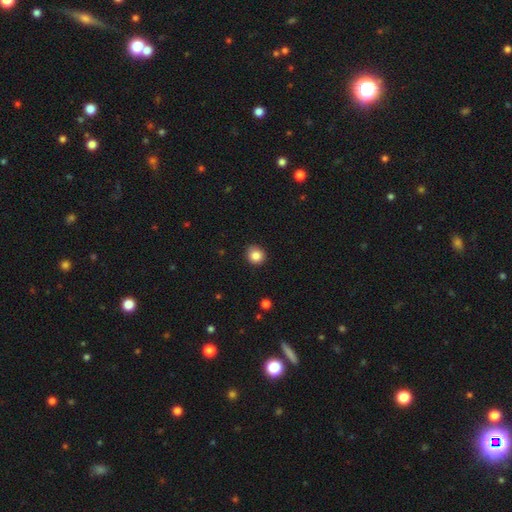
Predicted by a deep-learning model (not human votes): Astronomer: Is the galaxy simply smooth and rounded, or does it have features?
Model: smooth — 86%.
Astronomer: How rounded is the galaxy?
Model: round — 90%.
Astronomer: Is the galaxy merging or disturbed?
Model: none — 89%.